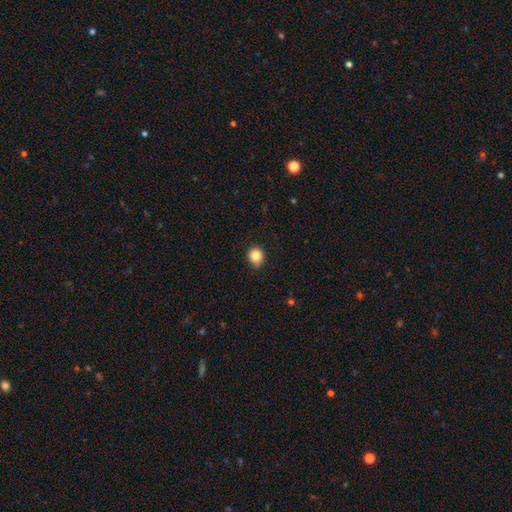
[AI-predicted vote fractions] smooth_or_featured: smooth (p=0.84) [alt: star or artifact p=0.10]
how_rounded: round (p=0.80) [alt: in between p=0.19]
merging: none (p=0.81) [alt: minor disturbance p=0.15]